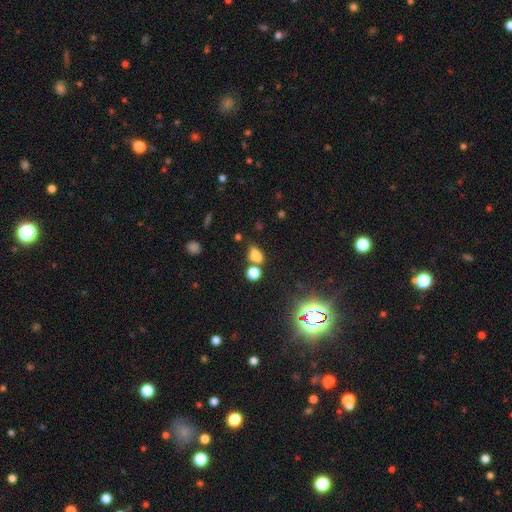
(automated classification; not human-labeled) A smooth galaxy with no disk features (73%) that is in between round and cigar-shaped (70%).

Vote fractions:
- Smooth or featured? smooth: 73% / star or artifact: 20% / featured or disk: 8%
- How rounded? in between: 70% / round: 27% / cigar-shaped: 3%
- Merging? none: 48% / merger: 26% / minor disturbance: 18% / major disturbance: 9%